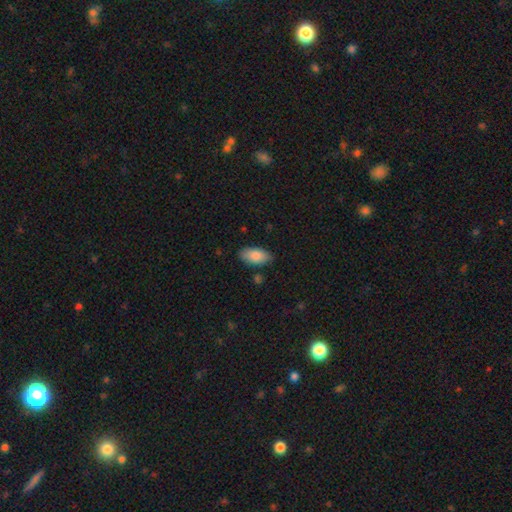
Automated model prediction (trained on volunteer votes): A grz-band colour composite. It shows a smooth galaxy with no disk features (85%) that is in between round and cigar-shaped (93%). Merging: none (81%).